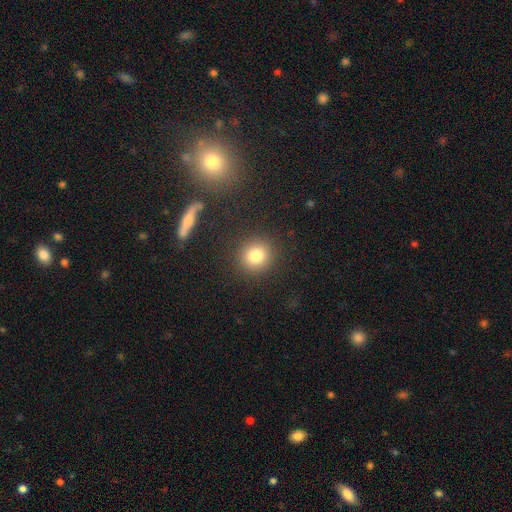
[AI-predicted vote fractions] Morphology: type=smooth (80%); roundness=round (89%); merging=none (89%).